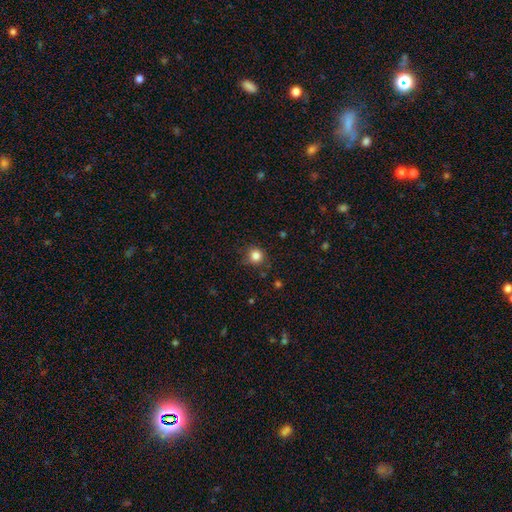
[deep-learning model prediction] smooth-or-featured: smooth: 84% | star or artifact: 12% | featured or disk: 5%
  how-rounded: round: 92% | in between: 7% | cigar-shaped: 1%
  merging: none: 82% | minor disturbance: 13% | major disturbance: 3% | merger: 2%